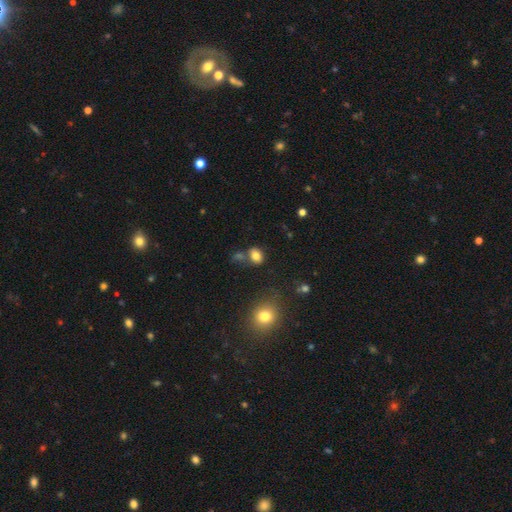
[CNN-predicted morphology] Smooth or featured? Predicted: smooth (p=0.80). How rounded? Predicted: in between (p=0.62). Merging? Predicted: none (p=0.64).